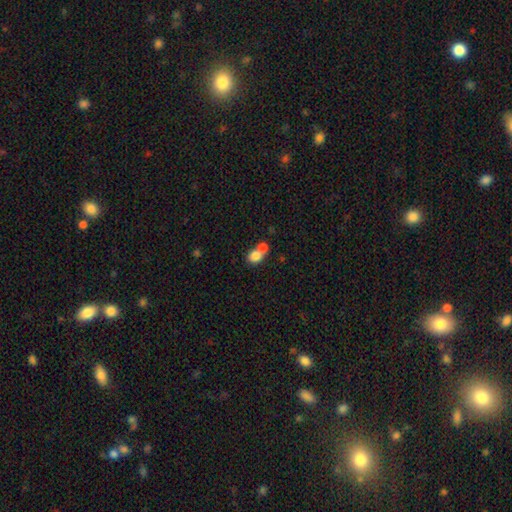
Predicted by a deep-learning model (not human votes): Smooth or featured? Predicted: smooth (p=0.80). How rounded? Predicted: round (p=0.60). Merging? Predicted: merger (p=0.59).